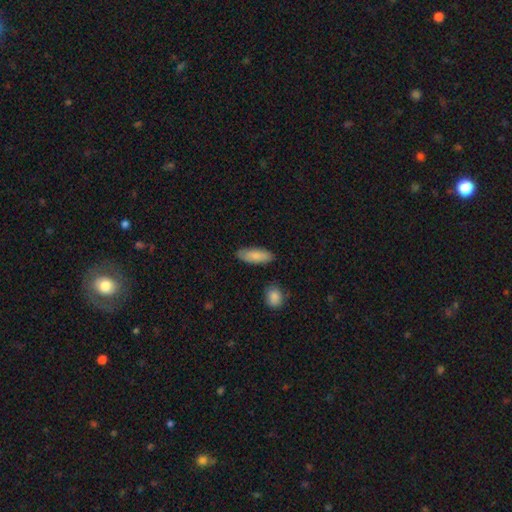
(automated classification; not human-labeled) smooth-or-featured: smooth: 84% | featured or disk: 10% | star or artifact: 6%
  how-rounded: in between: 75% | cigar-shaped: 23% | round: 2%
  merging: none: 83% | minor disturbance: 12% | merger: 3% | major disturbance: 2%